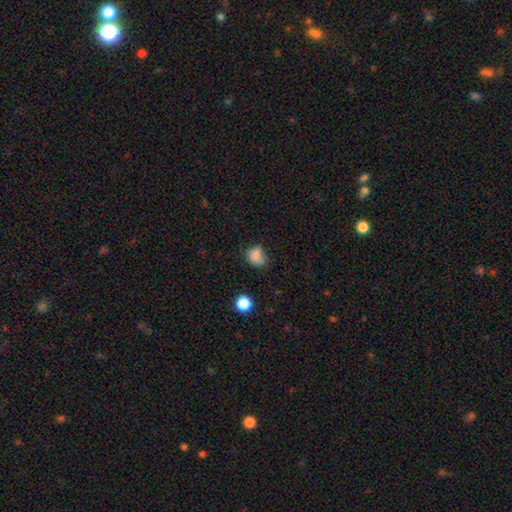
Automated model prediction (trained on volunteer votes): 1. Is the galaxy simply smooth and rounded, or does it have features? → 81% smooth, 12% star or artifact, 7% featured or disk.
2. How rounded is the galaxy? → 61% round, 38% in between, 1% cigar-shaped.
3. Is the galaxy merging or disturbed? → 53% none, 34% minor disturbance, 9% major disturbance, 4% merger.